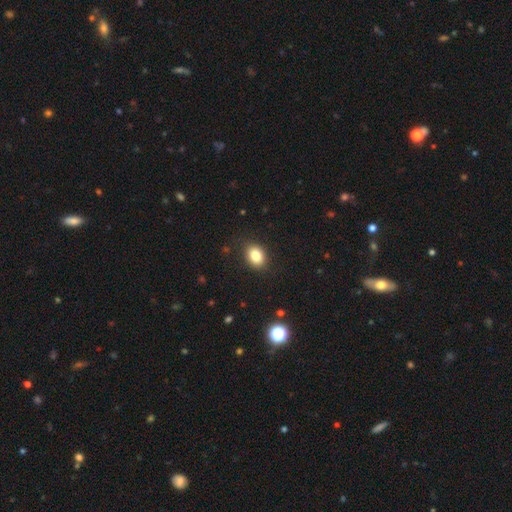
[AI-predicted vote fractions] Q: Smooth or featured?
A: smooth (83%); runner-up: star or artifact (10%)
Q: How rounded?
A: in between (65%); runner-up: round (35%)
Q: Merging?
A: none (87%); runner-up: minor disturbance (9%)